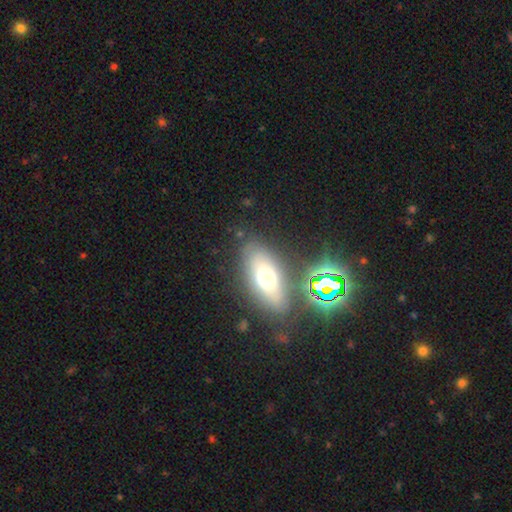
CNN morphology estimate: Smooth or featured: smooth — 45% (featured or disk — 29%)
Merging: none — 78% (minor disturbance — 12%)